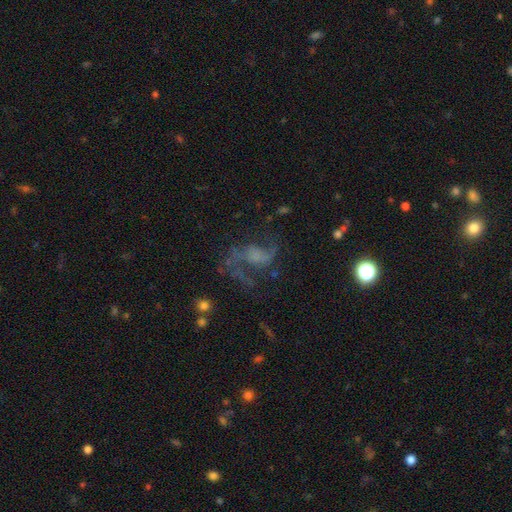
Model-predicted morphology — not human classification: type=featured or disk (71%); edge-on=no (97%); bar=no (60%); spiral arms=yes (84%); winding=loose (63%); arm count=2 (73%); bulge=none (50%); merging=none (48%).